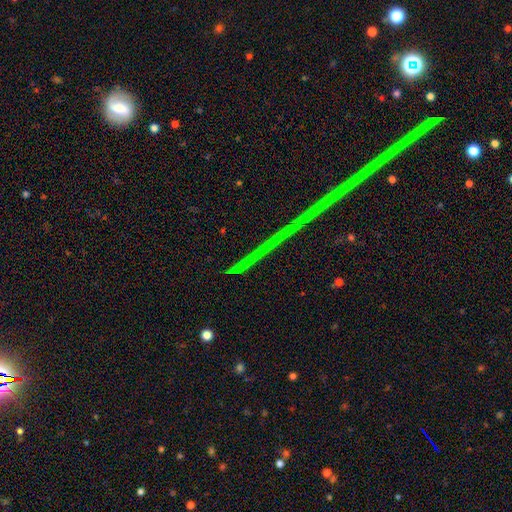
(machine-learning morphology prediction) smooth_or_featured: star or artifact (p=0.84) [alt: featured or disk p=0.09]